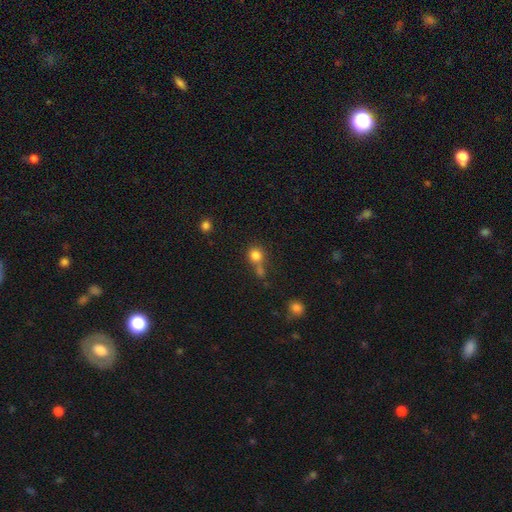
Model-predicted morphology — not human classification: The model was most divided on "merging": none: 50%, merger: 33%, minor disturbance: 11%, major disturbance: 6%. More confident: how rounded — round (85%); smooth or featured — smooth (80%).